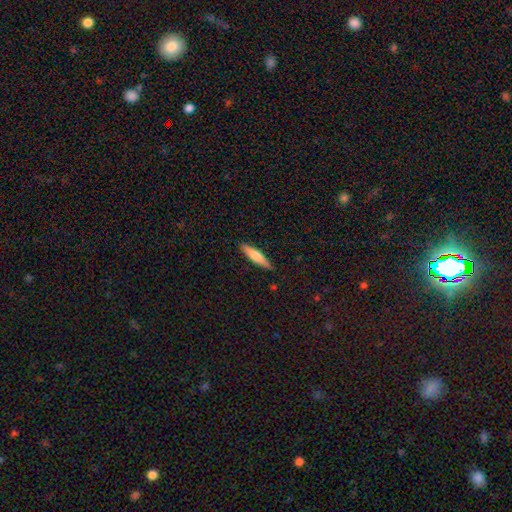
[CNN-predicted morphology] Smooth or featured?
  - smooth: 68% *
  - featured or disk: 27%
  - star or artifact: 5%
How rounded?
  - cigar-shaped: 81% *
  - in between: 18%
  - round: 1%
Merging?
  - none: 88% *
  - minor disturbance: 9%
  - major disturbance: 2%
  - merger: 1%